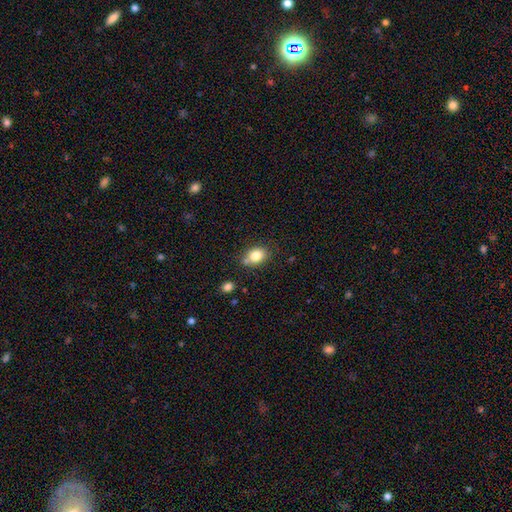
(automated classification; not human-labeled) Morphology: type=smooth (81%); roundness=in between (65%); merging=none (68%).